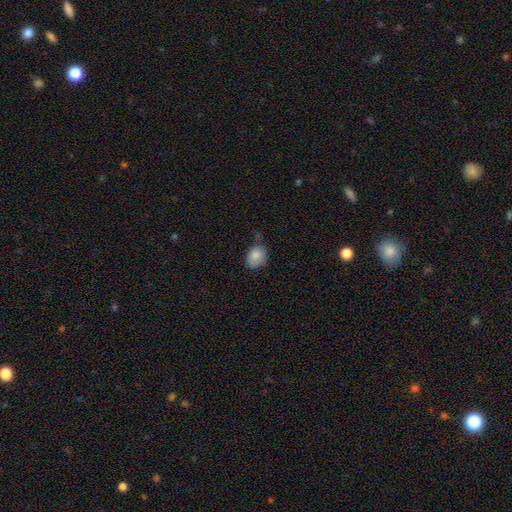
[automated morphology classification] The model was most divided on "how rounded": in between: 51%, round: 48%, cigar-shaped: 1%. More confident: smooth or featured — smooth (86%); merging — none (62%).